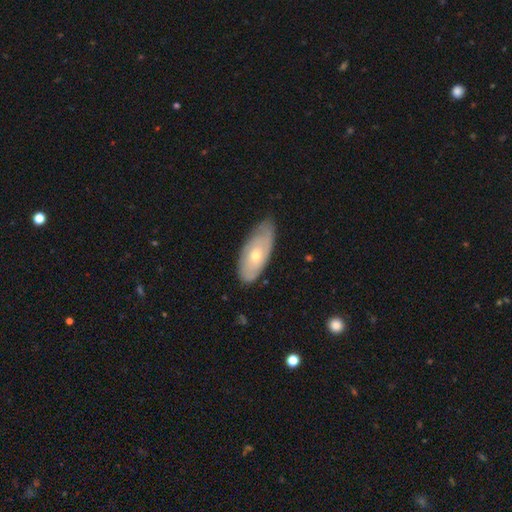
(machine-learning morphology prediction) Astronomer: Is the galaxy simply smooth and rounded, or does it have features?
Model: featured or disk — 53% (runner-up: smooth, 40%).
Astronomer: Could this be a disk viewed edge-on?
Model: no — 83%.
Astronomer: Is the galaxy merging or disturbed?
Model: none — 68%.